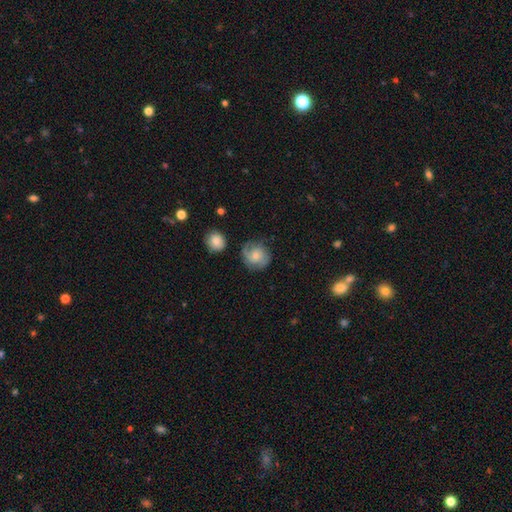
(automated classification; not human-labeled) Q: Smooth or featured?
A: featured or disk (53%); runner-up: smooth (39%)
Q: Edge-on disk?
A: no (98%); runner-up: yes (2%)
Q: Bar?
A: no (73%); runner-up: weak (24%)
Q: Spiral arms?
A: yes (89%); runner-up: no (11%)
Q: Bulge size?
A: small (51%); runner-up: moderate (36%)
Q: Merging?
A: none (71%); runner-up: minor disturbance (19%)